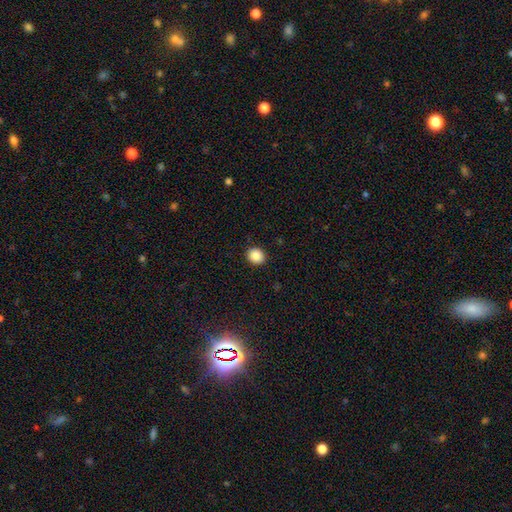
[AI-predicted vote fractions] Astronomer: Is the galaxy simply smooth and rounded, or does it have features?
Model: smooth — 88%.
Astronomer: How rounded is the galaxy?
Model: round — 83%.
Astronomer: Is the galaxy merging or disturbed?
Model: none — 92%.